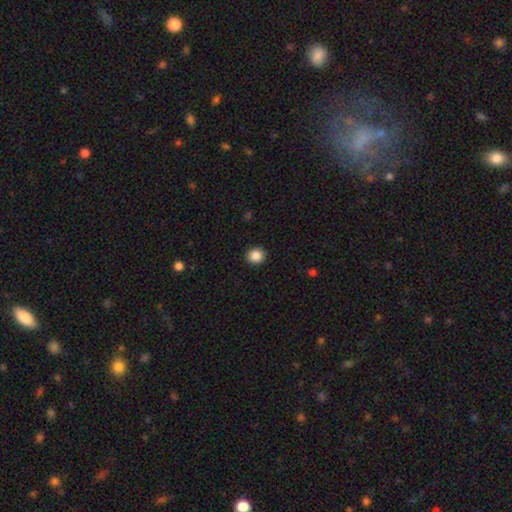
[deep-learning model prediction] smooth 87%, star or artifact 10%, featured or disk 3%. Down the decision tree: how rounded — round (89%); merging — none (92%).